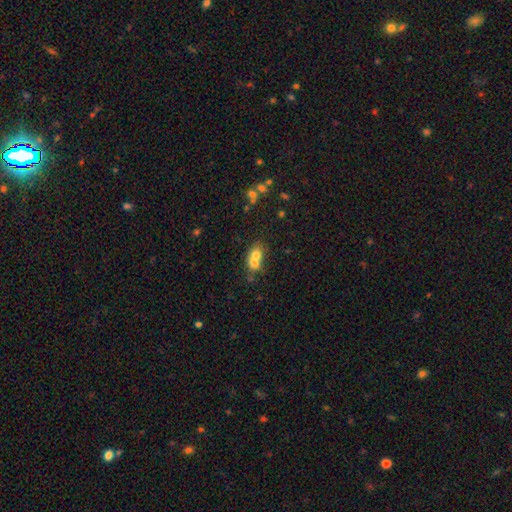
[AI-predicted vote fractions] This is likely a smooth galaxy (68%). How rounded: possibly round (52%). Merging: likely merger (69%).